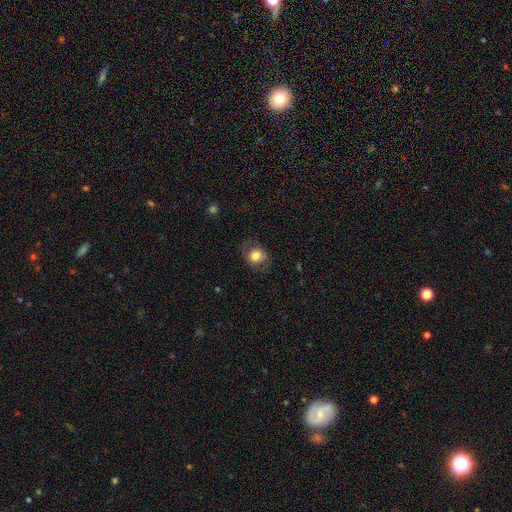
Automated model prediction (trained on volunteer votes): Overall: smooth (75%). How rounded: round (60%; in between 39%). Merging: none (74%).